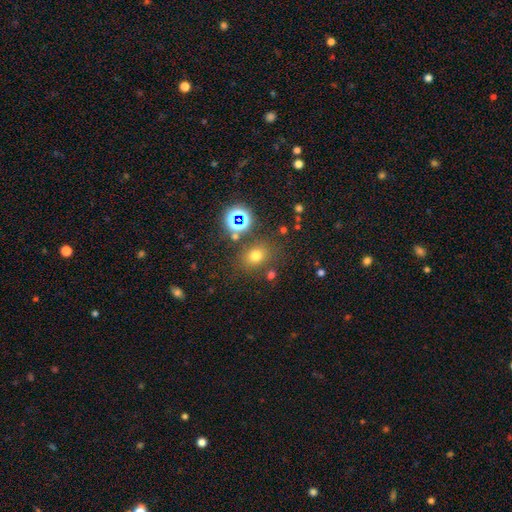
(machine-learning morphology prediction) A smooth galaxy with no disk features (66%) that is round (57%). Merging: none (76%).